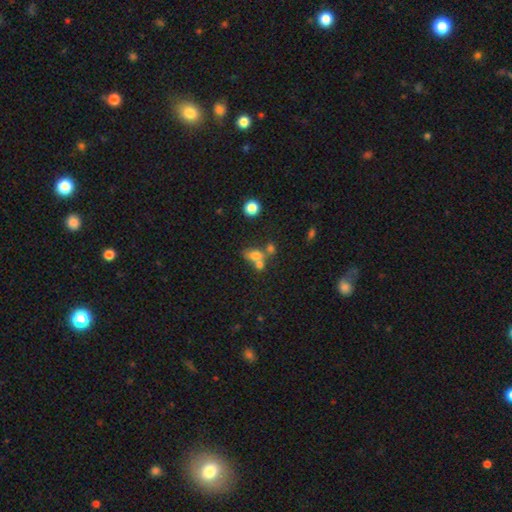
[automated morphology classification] Smooth or featured: smooth — 68% (featured or disk — 17%)
How rounded: in between — 59% (round — 38%)
Merging: merger — 53% (none — 30%)